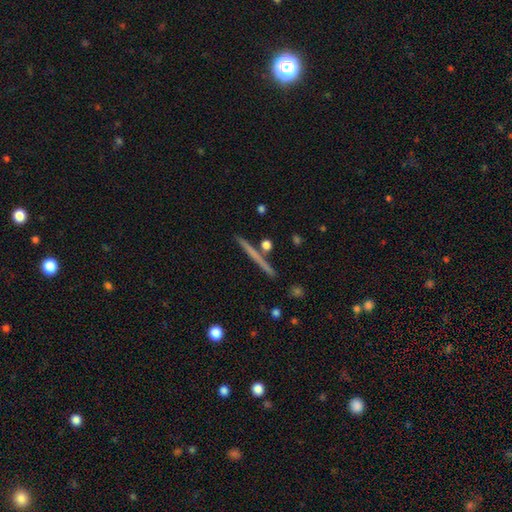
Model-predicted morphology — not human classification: A featured or disk galaxy (54%) viewed edge-on (97%) with no central bulge (82%). Merging: none (89%).